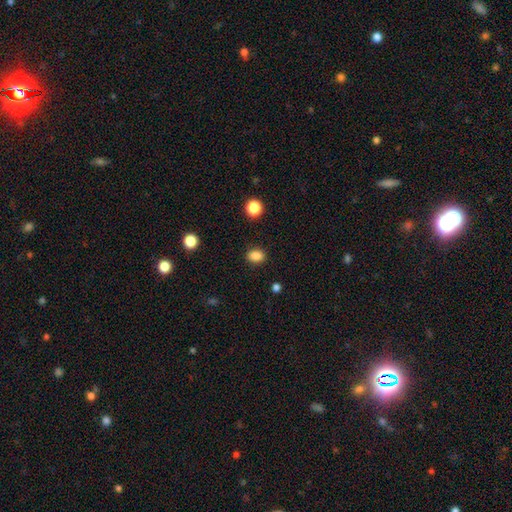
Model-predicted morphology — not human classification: smooth 86%, star or artifact 10%, featured or disk 4%. Down the decision tree: how rounded — in between (71%); merging — none (88%).